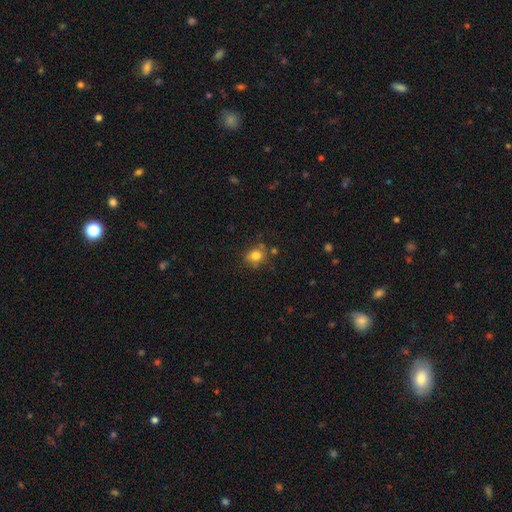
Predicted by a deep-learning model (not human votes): smooth 79%, star or artifact 12%, featured or disk 9%. Down the decision tree: how rounded — round (62%); merging — none (69%).